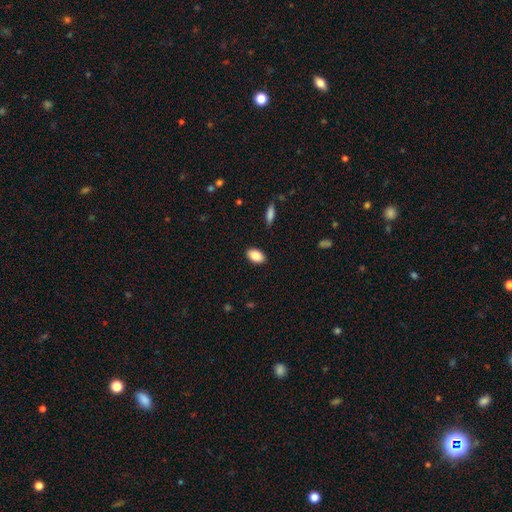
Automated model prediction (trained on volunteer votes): Smooth or featured? smooth (86%)
How rounded? in between (91%)
Merging? none (88%)